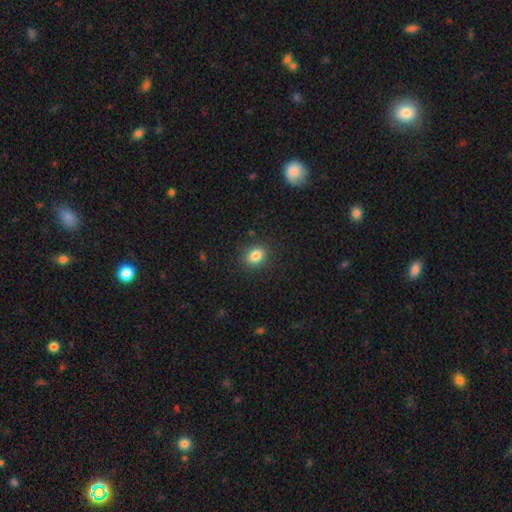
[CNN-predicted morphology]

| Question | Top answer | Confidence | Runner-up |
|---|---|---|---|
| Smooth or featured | smooth | 84% | star or artifact (10%) |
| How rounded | in between | 64% | round (35%) |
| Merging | none | 87% | minor disturbance (9%) |